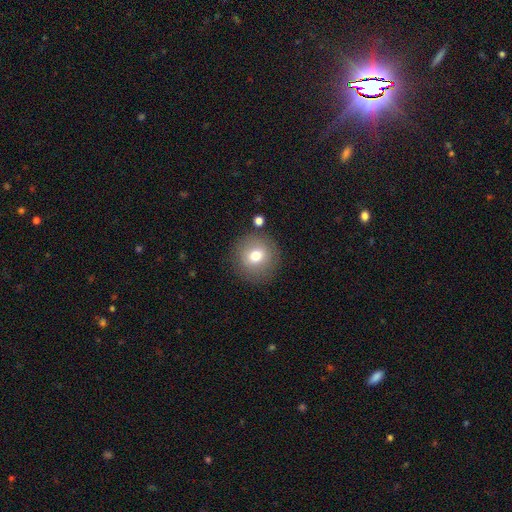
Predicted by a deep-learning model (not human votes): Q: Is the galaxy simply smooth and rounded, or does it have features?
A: smooth — 74%.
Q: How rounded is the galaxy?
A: round — 92%.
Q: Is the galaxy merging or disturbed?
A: none — 84%.